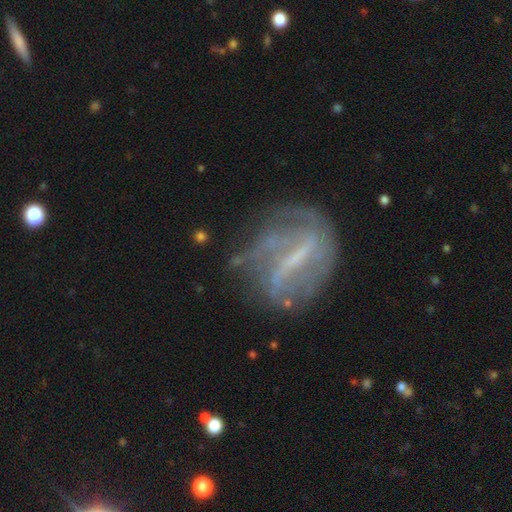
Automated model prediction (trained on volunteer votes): Smooth or featured: featured or disk — 76% (smooth — 15%)
Edge-on disk: no — 92% (yes — 8%)
Bar: strong — 59% (weak — 30%)
Spiral arms: yes — 65% (no — 35%)
Bulge size: small — 45% (none — 36%)
Merging: none — 58% (minor disturbance — 21%)